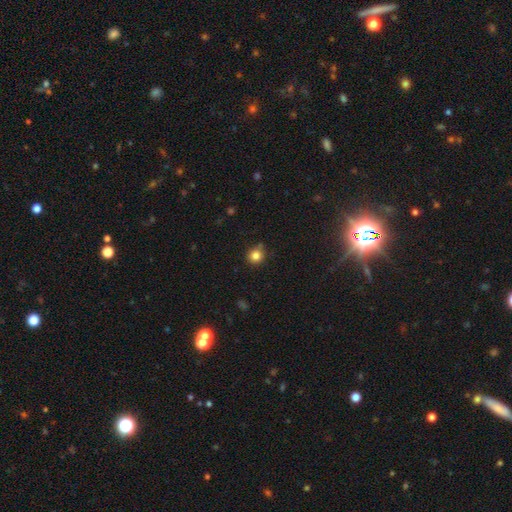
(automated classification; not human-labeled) smooth_or_featured: smooth (p=0.83) [alt: star or artifact p=0.12]
how_rounded: round (p=0.90) [alt: in between p=0.09]
merging: none (p=0.80) [alt: minor disturbance p=0.15]